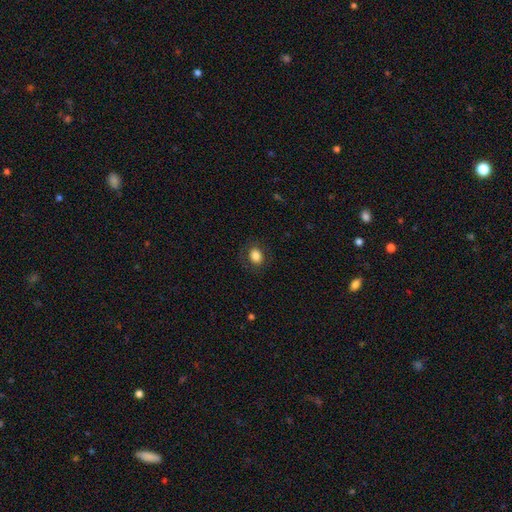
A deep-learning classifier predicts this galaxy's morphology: Overall: smooth (83%). How rounded: round (50%; in between 49%). Merging: none (83%).